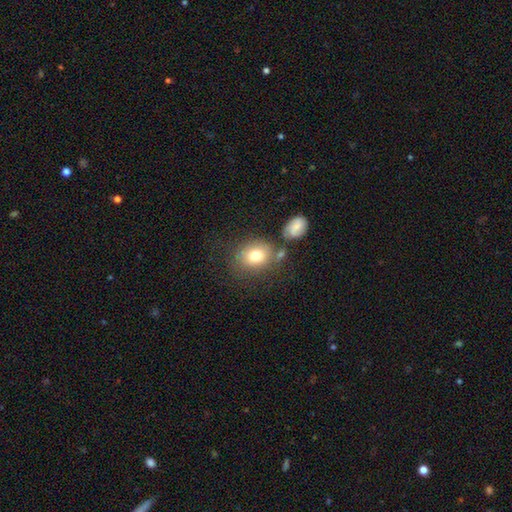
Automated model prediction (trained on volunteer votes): Smooth or featured? smooth (77%)
How rounded? round (51%)
Merging? none (63%)